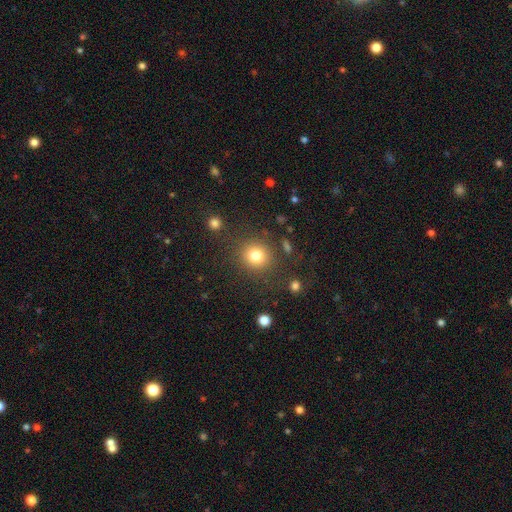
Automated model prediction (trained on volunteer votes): This appears to be a smooth galaxy with no disk features (81%) that is round (90%). Merging: none (85%).